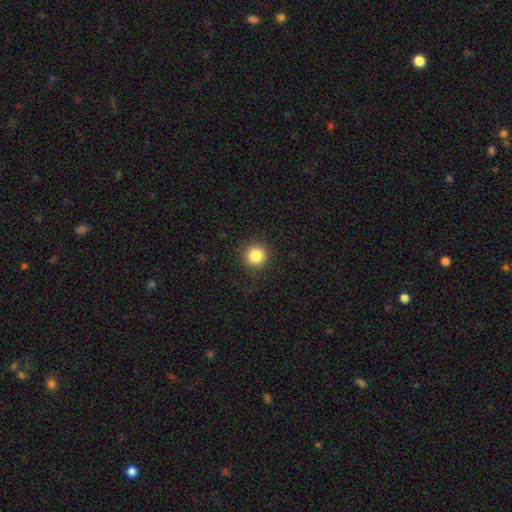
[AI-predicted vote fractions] smooth-or-featured: smooth: 85% | star or artifact: 10% | featured or disk: 5%
  how-rounded: round: 95% | in between: 4% | cigar-shaped: 1%
  merging: none: 91% | minor disturbance: 6% | major disturbance: 2% | merger: 1%